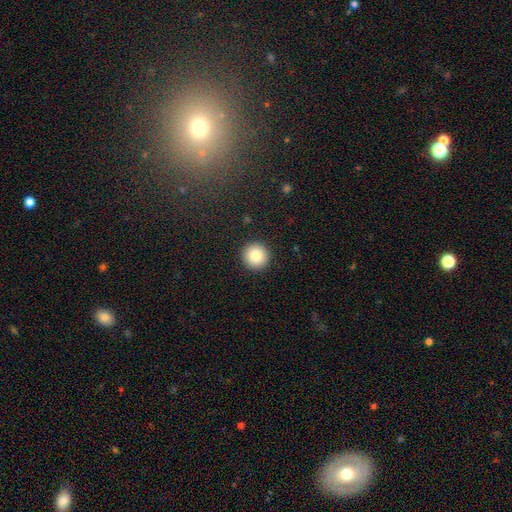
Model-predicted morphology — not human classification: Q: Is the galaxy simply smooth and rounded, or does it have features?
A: smooth — 86%.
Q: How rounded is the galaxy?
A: round — 96%.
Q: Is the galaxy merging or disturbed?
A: none — 93%.